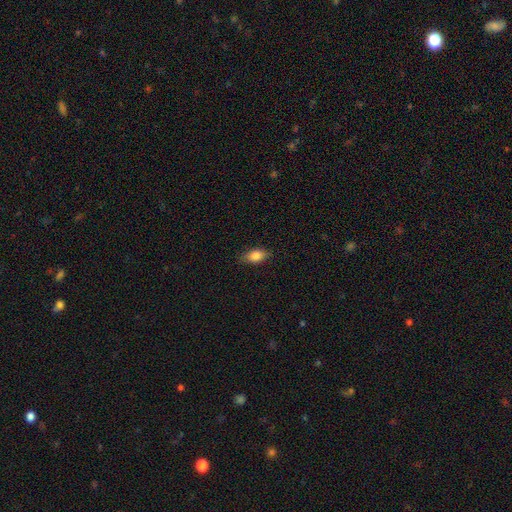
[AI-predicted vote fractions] Overall: smooth (83%). How rounded: in between (86%). Merging: none (81%).